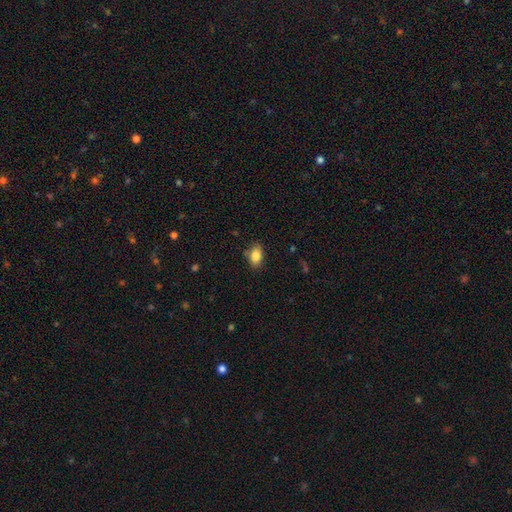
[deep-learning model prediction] This is clearly a smooth galaxy (85%). How rounded: clearly in between (86%). Merging: clearly none (81%).